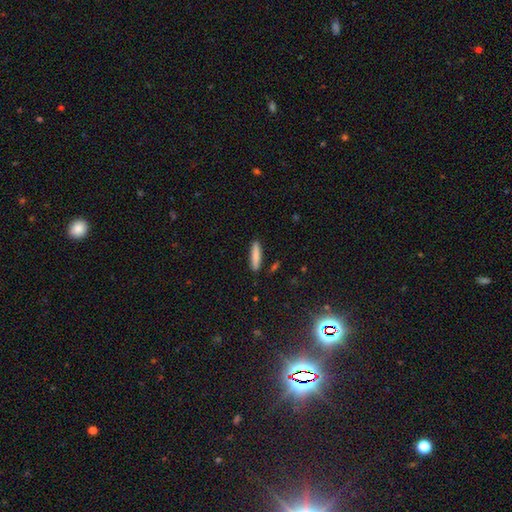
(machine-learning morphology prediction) smooth-or-featured: smooth: 84% | featured or disk: 10% | star or artifact: 6%
  how-rounded: cigar-shaped: 82% | in between: 17% | round: 1%
  merging: none: 89% | minor disturbance: 7% | major disturbance: 2% | merger: 2%